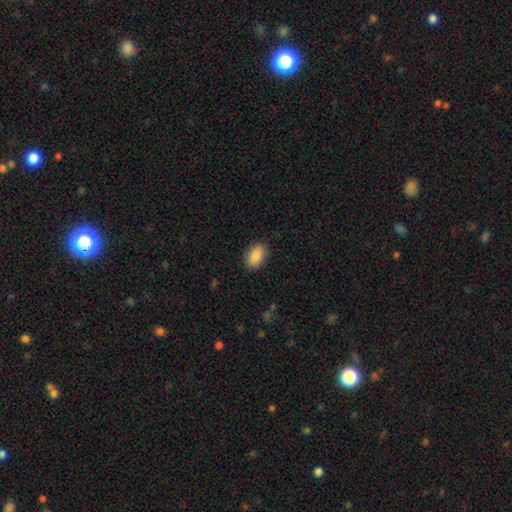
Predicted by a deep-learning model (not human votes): smooth_or_featured: smooth (p=0.88) [alt: star or artifact p=0.07]
how_rounded: in between (p=0.90) [alt: round p=0.08]
merging: none (p=0.88) [alt: minor disturbance p=0.09]